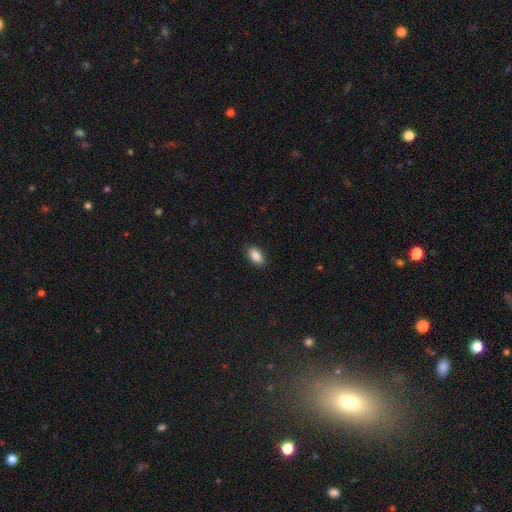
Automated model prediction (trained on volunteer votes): Q: Smooth or featured?
A: smooth (88%); runner-up: star or artifact (7%)
Q: How rounded?
A: in between (92%); runner-up: round (4%)
Q: Merging?
A: none (88%); runner-up: minor disturbance (9%)